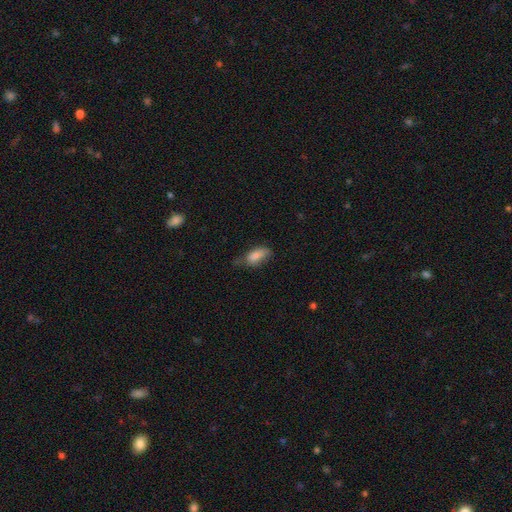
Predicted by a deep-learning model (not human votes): Overall: smooth (82%). How rounded: in between (88%). Merging: none (42%; minor disturbance 39%).